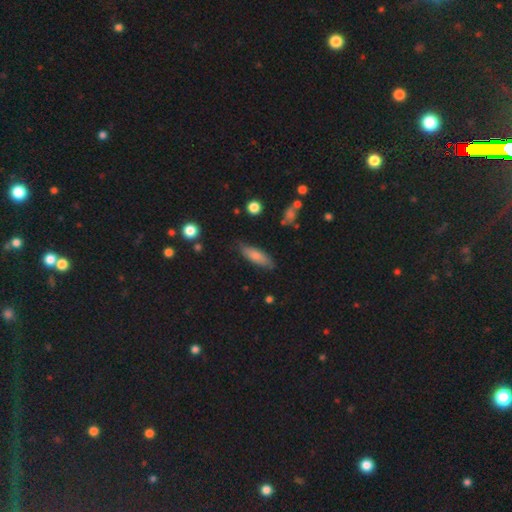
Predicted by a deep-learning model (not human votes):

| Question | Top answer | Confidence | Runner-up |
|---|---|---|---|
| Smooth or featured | smooth | 76% | featured or disk (18%) |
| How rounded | in between | 54% | cigar-shaped (44%) |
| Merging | none | 75% | minor disturbance (20%) |